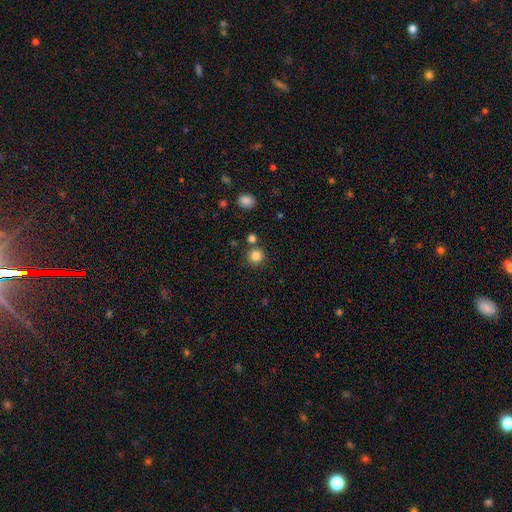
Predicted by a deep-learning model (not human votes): smooth 83%, star or artifact 12%, featured or disk 4%. Down the decision tree: how rounded — round (93%); merging — none (80%).